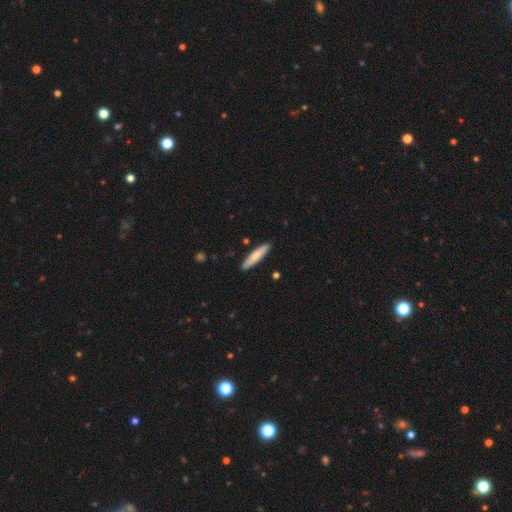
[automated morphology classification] This appears to be a smooth galaxy with no disk features (71%) that is cigar-shaped (88%). Merging: none (89%).